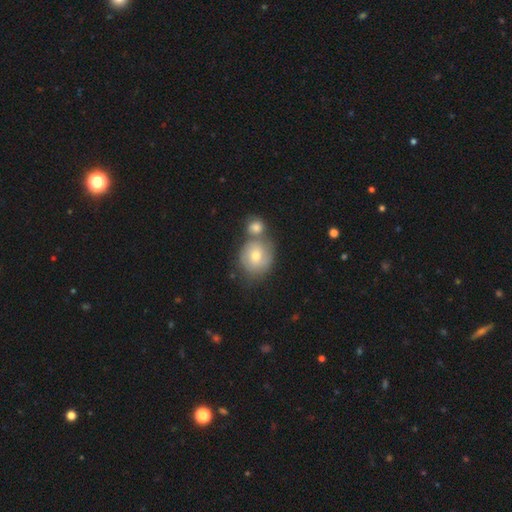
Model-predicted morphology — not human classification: smooth-or-featured: smooth: 55% | featured or disk: 35% | star or artifact: 10%
  how-rounded: round: 78% | in between: 21% | cigar-shaped: 1%
  merging: none: 43% | merger: 41% | minor disturbance: 11% | major disturbance: 5%